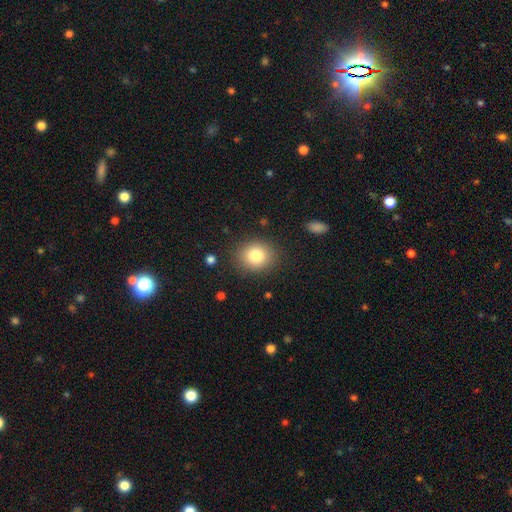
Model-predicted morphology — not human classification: The model was most divided on "how rounded": round: 70%, in between: 29%, cigar-shaped: 1%. More confident: merging — none (87%); smooth or featured — smooth (82%).